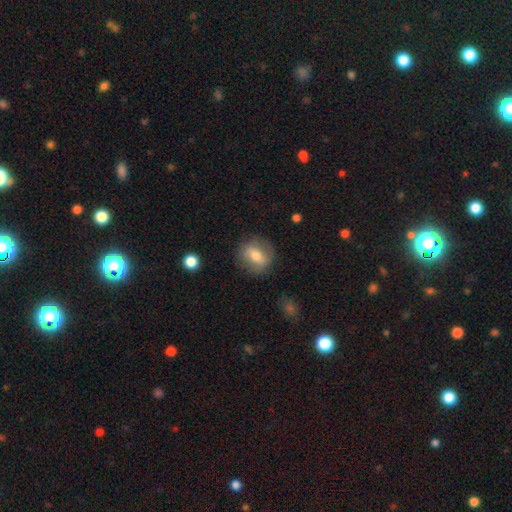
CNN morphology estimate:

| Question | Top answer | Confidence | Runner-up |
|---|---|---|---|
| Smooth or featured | smooth | 62% | featured or disk (30%) |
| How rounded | round | 65% | in between (33%) |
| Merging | none | 80% | minor disturbance (14%) |